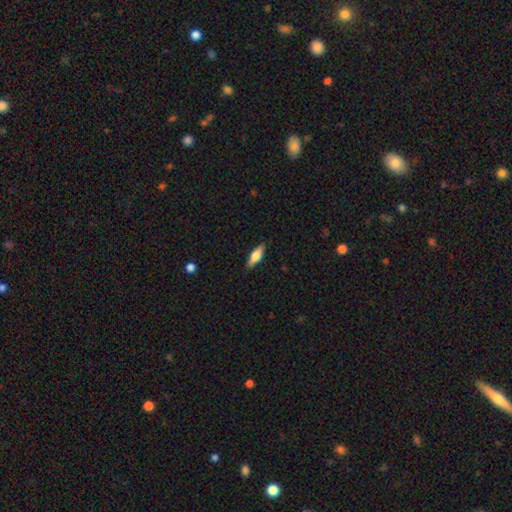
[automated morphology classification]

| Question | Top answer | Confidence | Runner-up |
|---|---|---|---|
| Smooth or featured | smooth | 67% | featured or disk (27%) |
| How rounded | in between | 60% | cigar-shaped (37%) |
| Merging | none | 87% | minor disturbance (10%) |